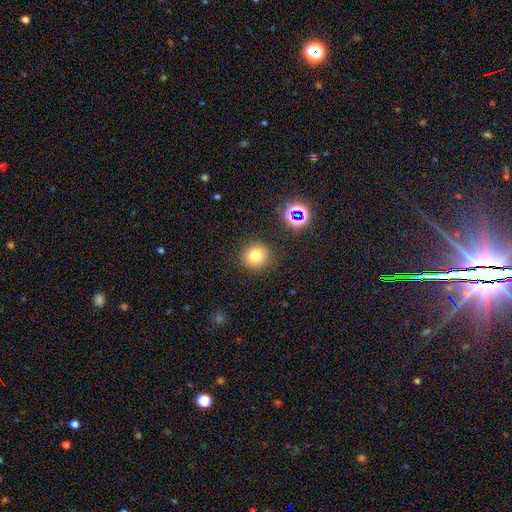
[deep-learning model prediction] Smooth or featured? Predicted: smooth (p=0.76). How rounded? Predicted: round (p=0.91). Merging? Predicted: none (p=0.88).